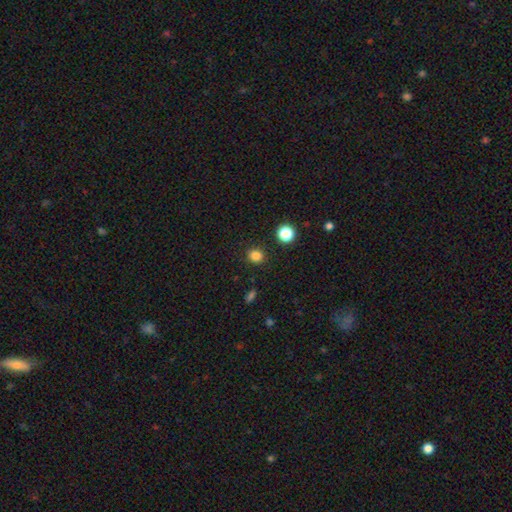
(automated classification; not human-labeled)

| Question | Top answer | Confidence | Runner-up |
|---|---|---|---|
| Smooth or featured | smooth | 83% | star or artifact (13%) |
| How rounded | round | 85% | in between (14%) |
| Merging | none | 90% | minor disturbance (6%) |